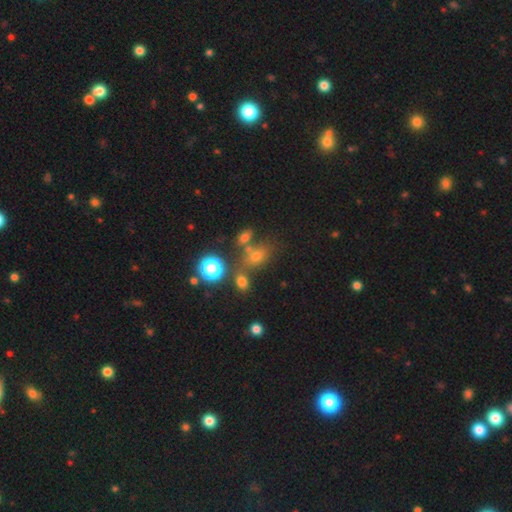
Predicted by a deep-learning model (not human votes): smooth-or-featured: smooth: 61% | star or artifact: 26% | featured or disk: 13%
  how-rounded: in between: 56% | round: 40% | cigar-shaped: 3%
  merging: none: 55% | merger: 25% | minor disturbance: 13% | major disturbance: 7%